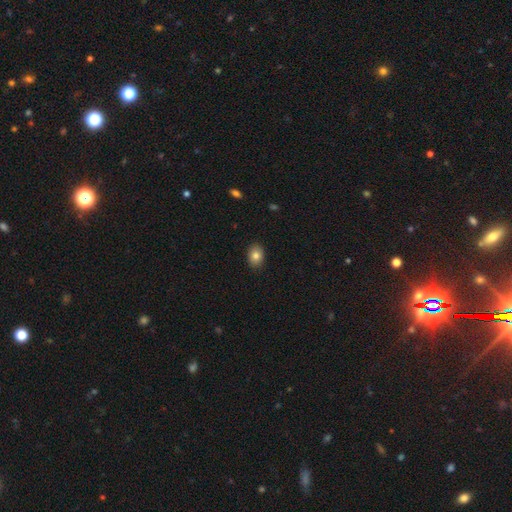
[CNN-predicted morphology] type=smooth (83%); roundness=in between (75%); merging=none (89%).